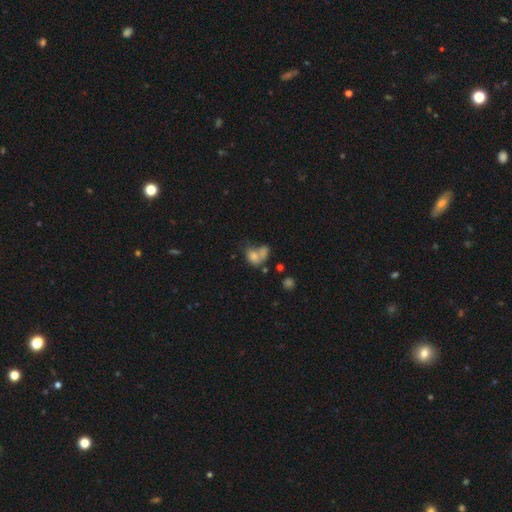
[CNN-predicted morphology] smooth 72%, featured or disk 17%, star or artifact 11%. Down the decision tree: how rounded — in between (66%); merging — merger (54%).